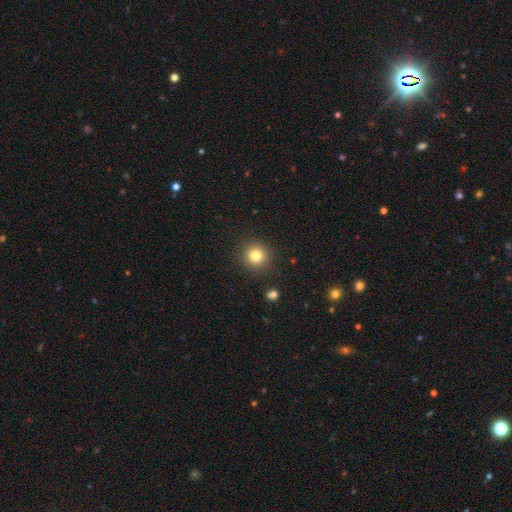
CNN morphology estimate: A smooth galaxy with no disk features (81%) that is round (93%). Merging: none (89%).